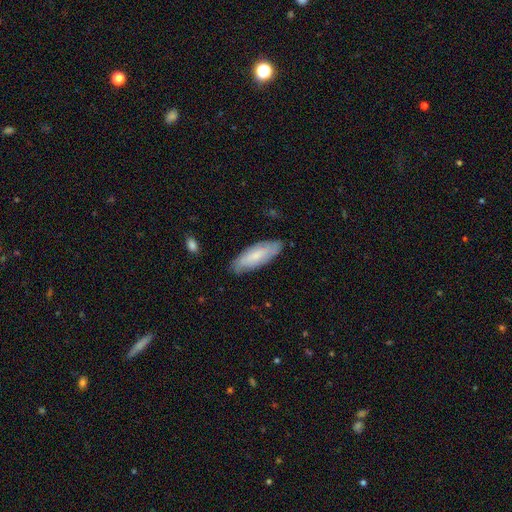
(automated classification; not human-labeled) A smooth galaxy with no disk features (66%) that is in between round and cigar-shaped (63%).

Vote fractions:
- Smooth or featured? smooth: 66% / featured or disk: 28% / star or artifact: 6%
- How rounded? in between: 63% / cigar-shaped: 35% / round: 1%
- Merging? none: 81% / minor disturbance: 15% / major disturbance: 3% / merger: 1%